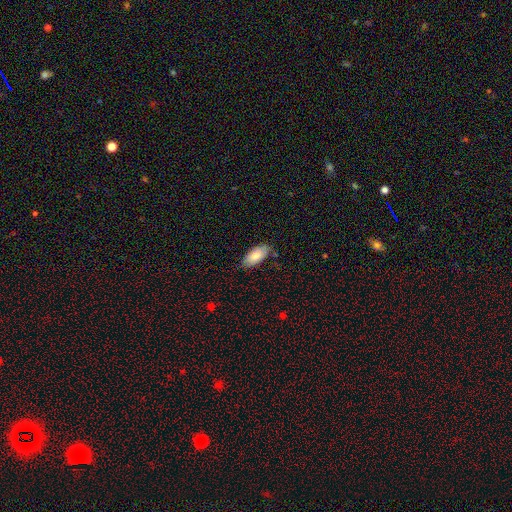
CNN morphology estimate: This appears to be a smooth galaxy with no disk features (81%) that is in between round and cigar-shaped (90%). Merging: none (80%).